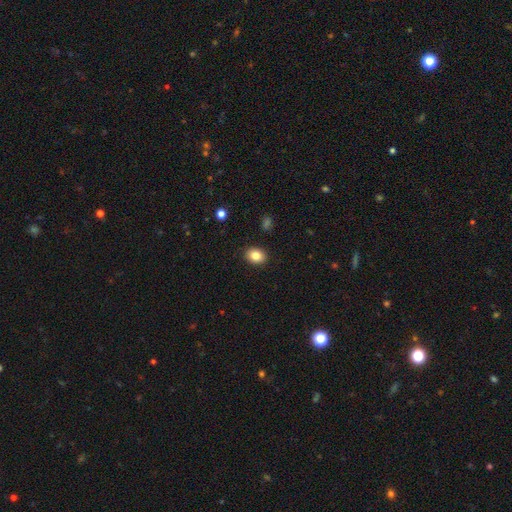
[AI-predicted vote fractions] A smooth galaxy with no disk features (84%) that is in between round and cigar-shaped (61%).

Vote fractions:
- Smooth or featured? smooth: 84% / star or artifact: 9% / featured or disk: 7%
- How rounded? in between: 61% / round: 38% / cigar-shaped: 1%
- Merging? none: 90% / minor disturbance: 7% / major disturbance: 2% / merger: 1%